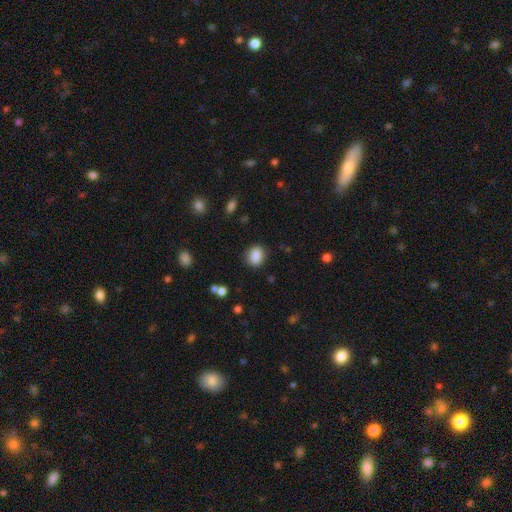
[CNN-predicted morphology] Smooth or featured? Predicted: smooth (p=0.87). How rounded? Predicted: in between (p=0.52). Merging? Predicted: none (p=0.84).